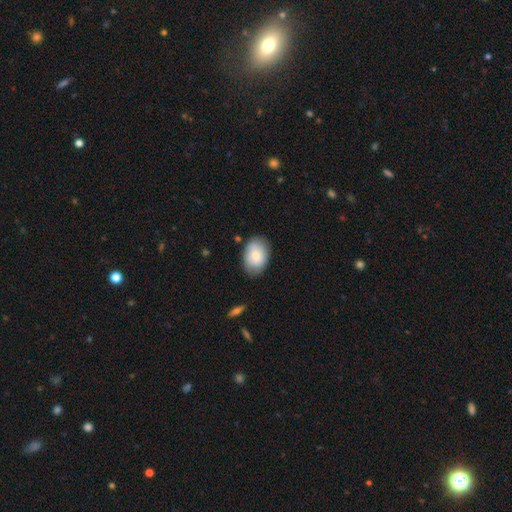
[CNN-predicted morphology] A smooth galaxy with no disk features (80%) that is in between round and cigar-shaped (85%). Merging: none (80%).